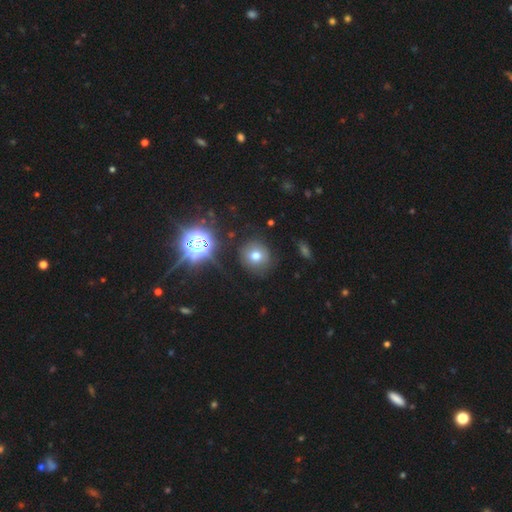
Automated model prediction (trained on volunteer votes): This is likely a smooth galaxy (67%). How rounded: clearly round (86%). Merging: clearly none (84%).